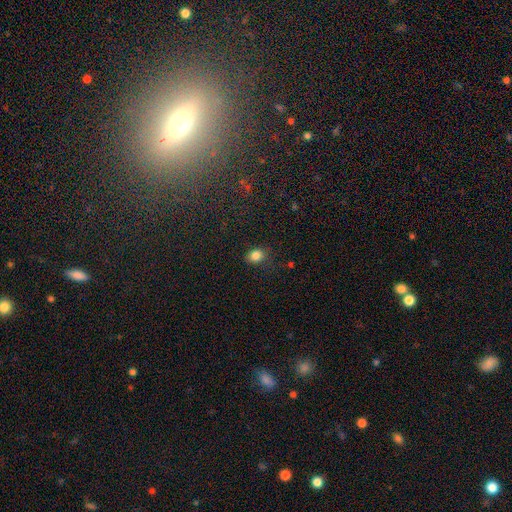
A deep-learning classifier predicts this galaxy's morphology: Smooth or featured? smooth (83%)
How rounded? in between (57%)
Merging? none (79%)